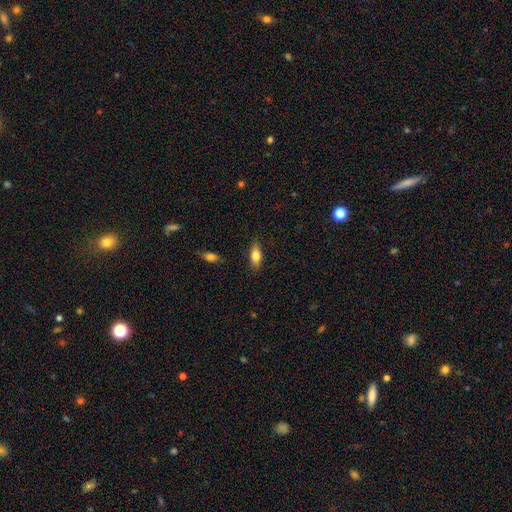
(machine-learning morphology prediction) The model was most divided on "smooth or featured": smooth: 76%, featured or disk: 17%, star or artifact: 7%. More confident: merging — none (84%); how rounded — in between (79%).